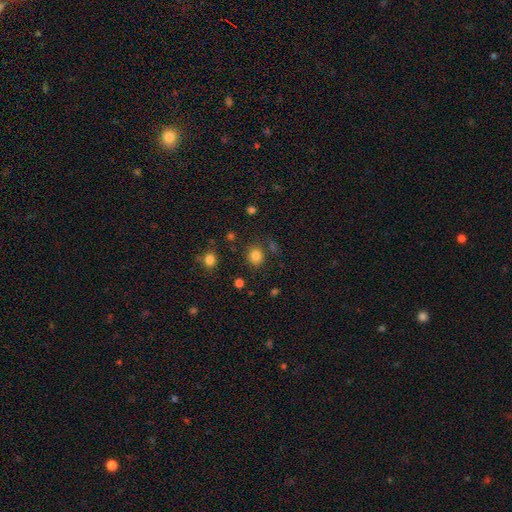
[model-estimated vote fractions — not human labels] This appears to be a smooth galaxy with no disk features (82%) that is round (74%). Merging: none (80%).